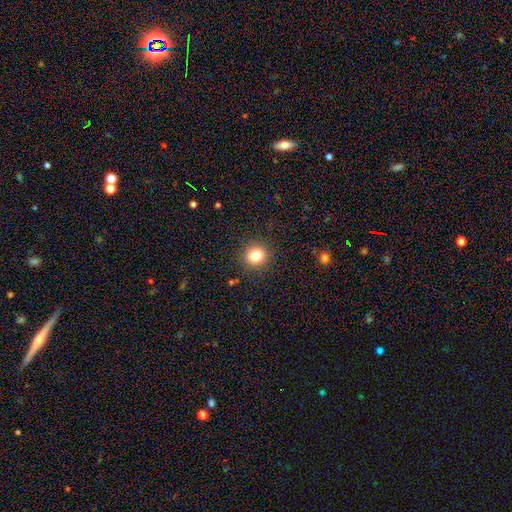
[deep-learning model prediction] This is clearly a smooth galaxy (81%). How rounded: clearly round (90%). Merging: clearly none (90%).